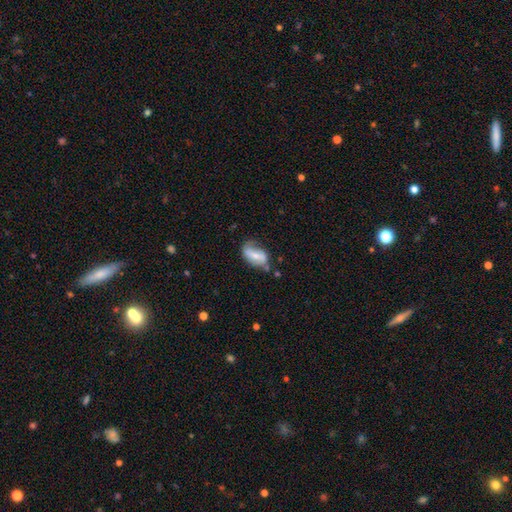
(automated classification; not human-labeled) smooth-or-featured: featured or disk: 51% | smooth: 41% | star or artifact: 7%
  disk-edge-on: no: 93% | yes: 7%
  merging: none: 49% | minor disturbance: 31% | major disturbance: 14% | merger: 5%